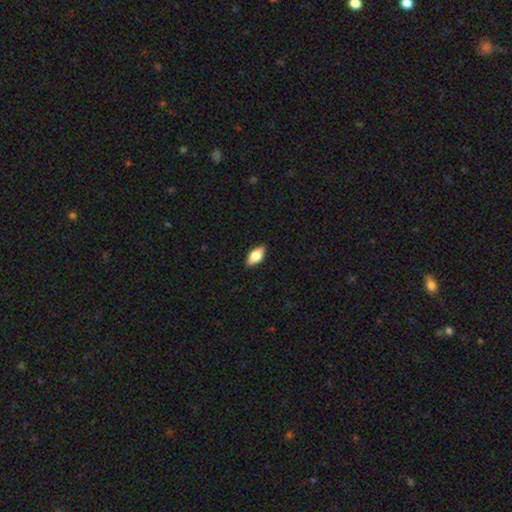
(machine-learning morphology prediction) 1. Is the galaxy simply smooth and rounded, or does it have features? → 71% smooth, 22% featured or disk, 7% star or artifact.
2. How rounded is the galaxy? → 87% in between, 9% cigar-shaped, 4% round.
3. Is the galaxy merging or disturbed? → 88% none, 9% minor disturbance, 2% major disturbance, 1% merger.